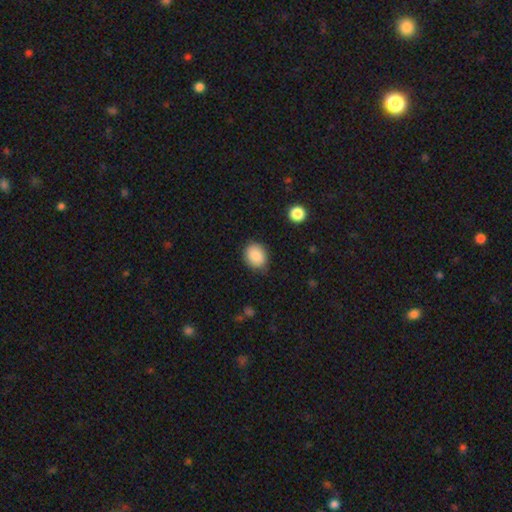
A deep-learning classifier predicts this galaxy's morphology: A smooth galaxy with no disk features (87%) that is round (55%).

Vote fractions:
- Smooth or featured? smooth: 87% / star or artifact: 8% / featured or disk: 5%
- How rounded? round: 55% / in between: 44% / cigar-shaped: 1%
- Merging? none: 81% / minor disturbance: 15% / major disturbance: 3% / merger: 1%